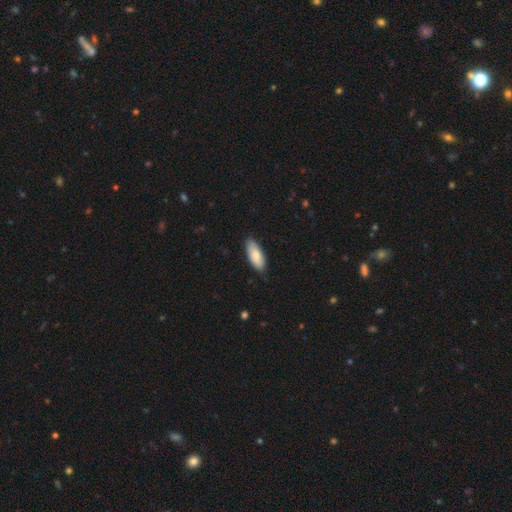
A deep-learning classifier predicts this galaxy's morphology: smooth-or-featured: smooth: 81% | featured or disk: 13% | star or artifact: 6%
  how-rounded: in between: 77% | cigar-shaped: 21% | round: 2%
  merging: none: 82% | minor disturbance: 14% | major disturbance: 2% | merger: 1%